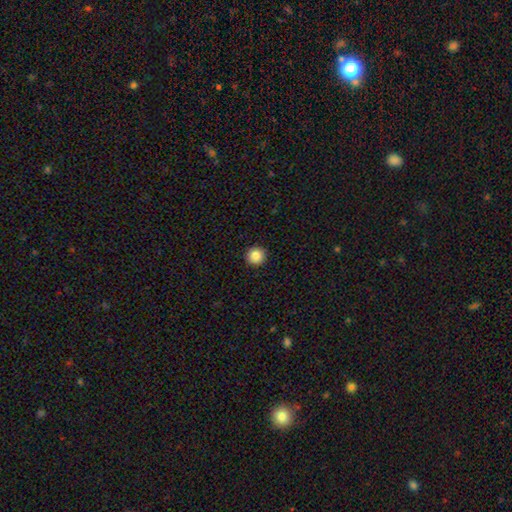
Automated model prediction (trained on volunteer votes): Smooth or featured: smooth — 87% (star or artifact — 9%)
How rounded: round — 95% (in between — 4%)
Merging: none — 93% (minor disturbance — 5%)